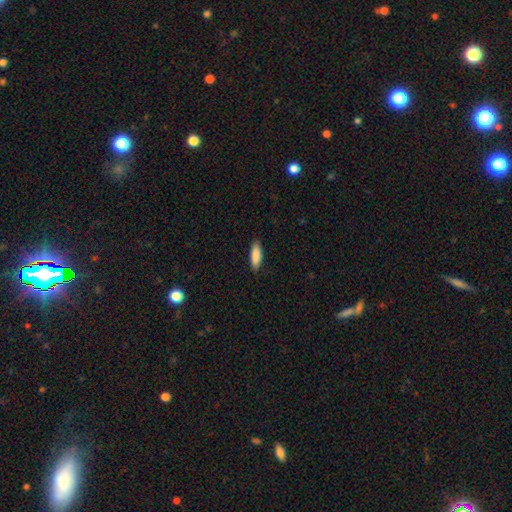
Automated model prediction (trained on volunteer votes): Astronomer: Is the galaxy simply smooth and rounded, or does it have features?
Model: smooth — 88%.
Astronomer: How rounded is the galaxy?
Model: in between — 51% (runner-up: cigar-shaped, 48%).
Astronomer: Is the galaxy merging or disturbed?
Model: none — 88%.